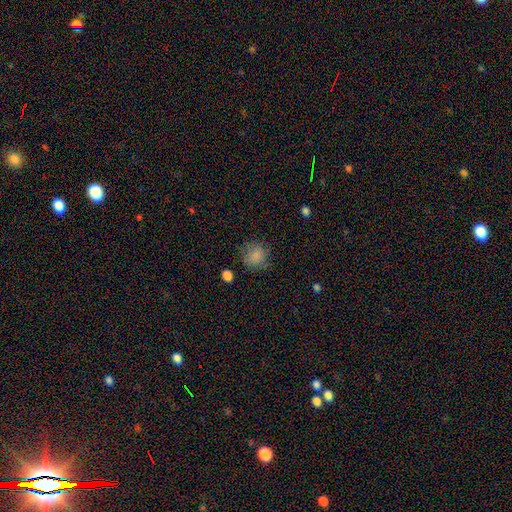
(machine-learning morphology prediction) This appears to be a smooth galaxy with no disk features (81%) that is round (83%). Merging: none (70%).